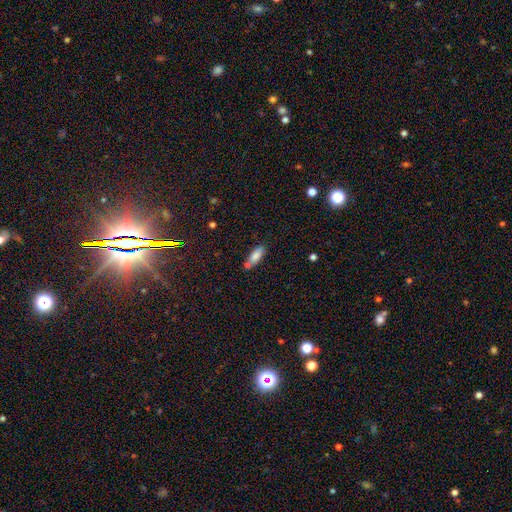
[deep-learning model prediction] Overall: smooth (79%). How rounded: in between (59%; cigar-shaped 39%). Merging: none (58%; minor disturbance 21%).